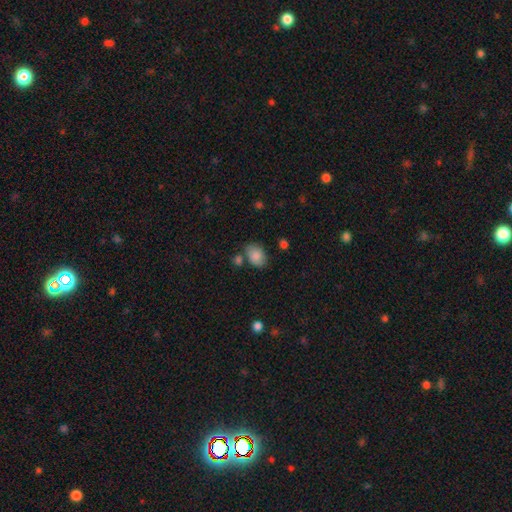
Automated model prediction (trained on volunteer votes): Q: Smooth or featured?
A: smooth (84%); runner-up: featured or disk (8%)
Q: How rounded?
A: in between (74%); runner-up: round (25%)
Q: Merging?
A: none (63%); runner-up: minor disturbance (19%)